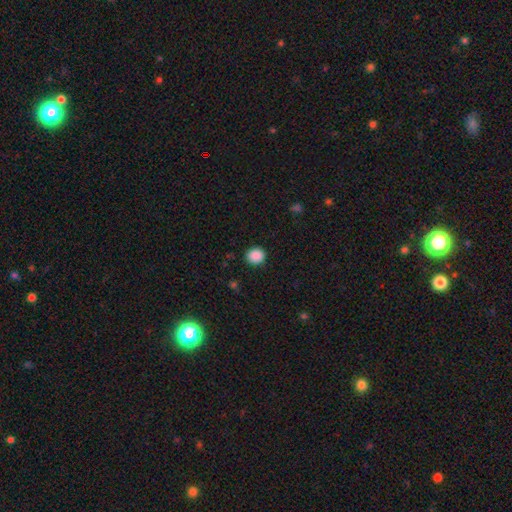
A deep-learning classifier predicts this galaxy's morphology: Overall: smooth (89%). How rounded: round (84%). Merging: none (90%).